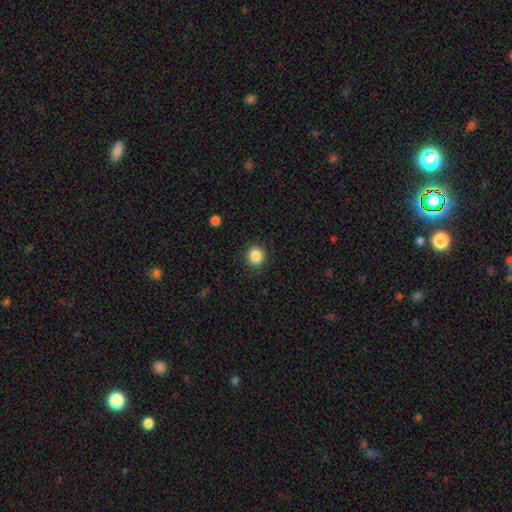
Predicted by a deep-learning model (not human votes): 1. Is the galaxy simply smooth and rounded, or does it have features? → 87% smooth, 10% star or artifact, 4% featured or disk.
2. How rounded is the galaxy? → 91% round, 8% in between, 1% cigar-shaped.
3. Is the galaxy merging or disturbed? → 90% none, 7% minor disturbance, 2% major disturbance, 1% merger.